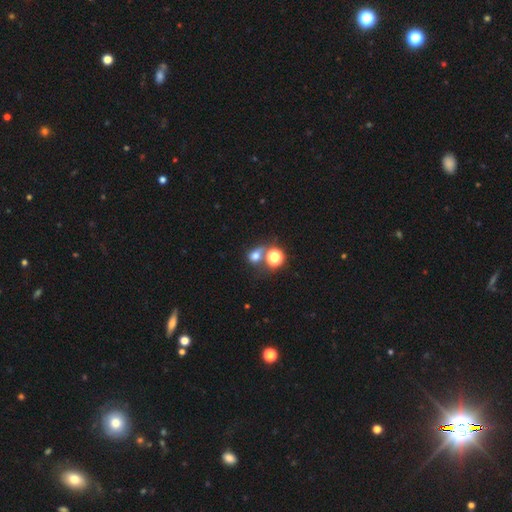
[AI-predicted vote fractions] A smooth galaxy with no disk features (65%) that is round (65%).

Vote fractions:
- Smooth or featured? smooth: 65% / star or artifact: 23% / featured or disk: 13%
- How rounded? round: 65% / in between: 33% / cigar-shaped: 2%
- Merging? none: 44% / merger: 34% / minor disturbance: 12% / major disturbance: 10%